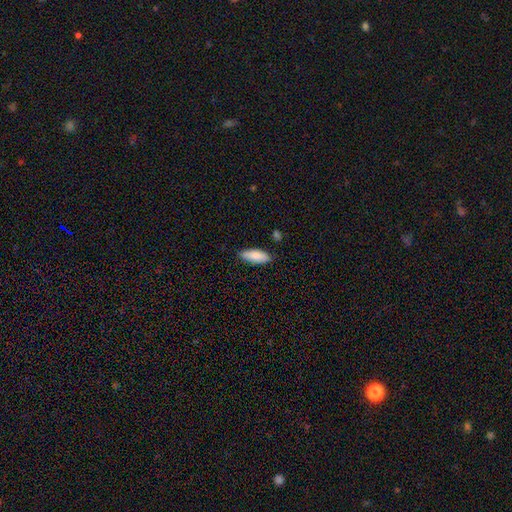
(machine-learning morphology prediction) This is clearly a smooth galaxy (87%). How rounded: likely in between (73%). Merging: clearly none (84%).